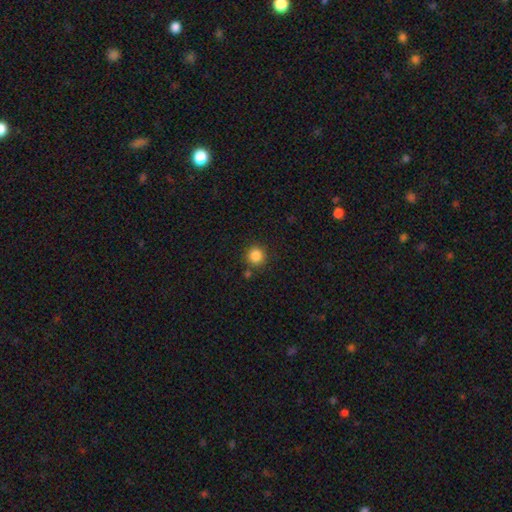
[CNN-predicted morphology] Overall: smooth (86%). How rounded: round (94%). Merging: none (85%).